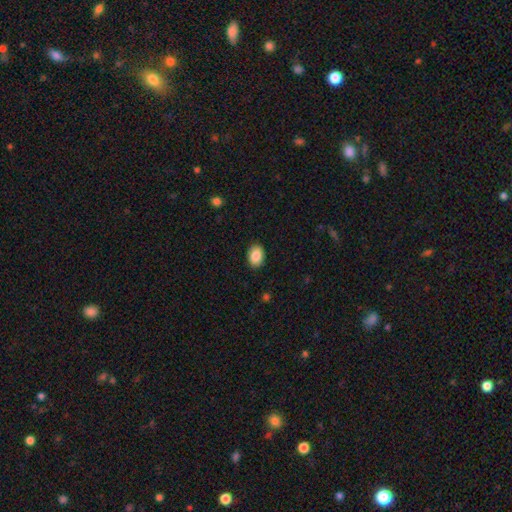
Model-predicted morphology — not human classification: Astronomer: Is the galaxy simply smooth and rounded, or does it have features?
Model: smooth — 87%.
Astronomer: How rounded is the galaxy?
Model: in between — 78%.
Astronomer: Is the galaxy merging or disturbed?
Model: none — 89%.